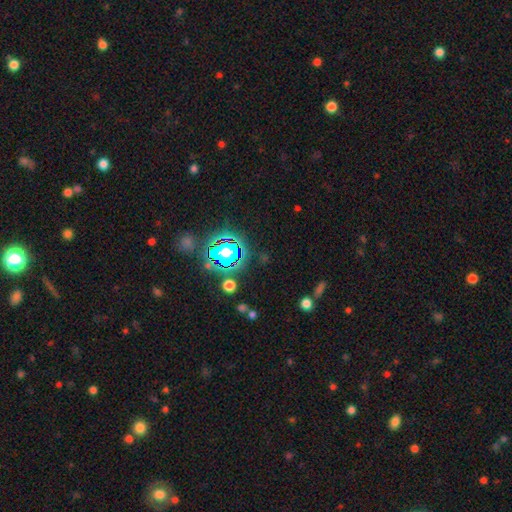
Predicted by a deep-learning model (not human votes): Smooth or featured?
  - star or artifact: 77% *
  - smooth: 15%
  - featured or disk: 9%